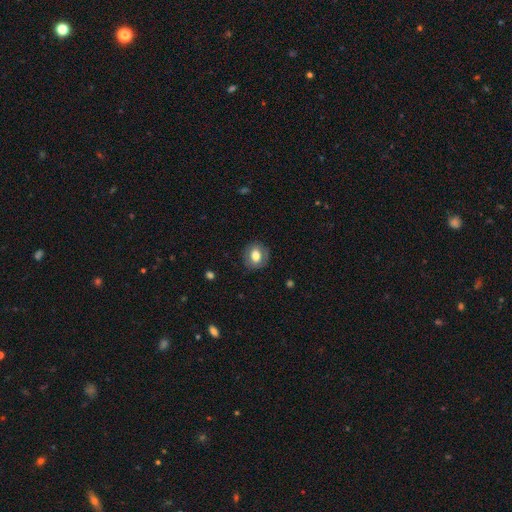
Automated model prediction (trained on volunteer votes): The model was most divided on "how rounded": round: 67%, in between: 32%, cigar-shaped: 1%. More confident: merging — none (82%); smooth or featured — smooth (72%).